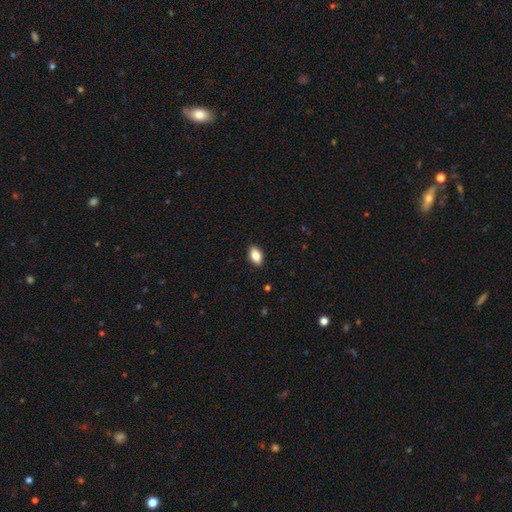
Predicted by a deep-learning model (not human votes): The model was most divided on "smooth or featured": smooth: 82%, featured or disk: 11%, star or artifact: 8%. More confident: how rounded — in between (90%); merging — none (89%).